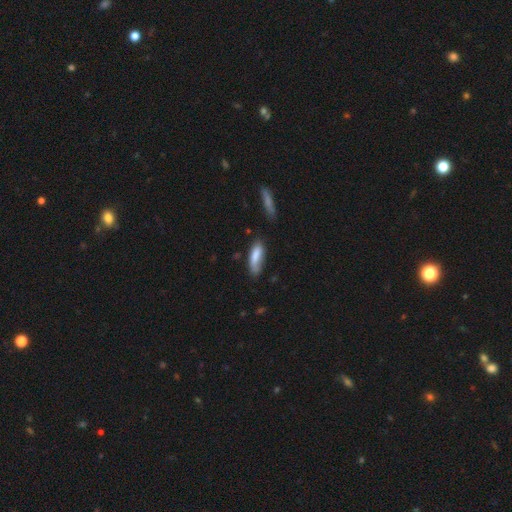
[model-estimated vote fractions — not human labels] Morphology: type=smooth (78%); roundness=in between (54%); merging=none (56%).